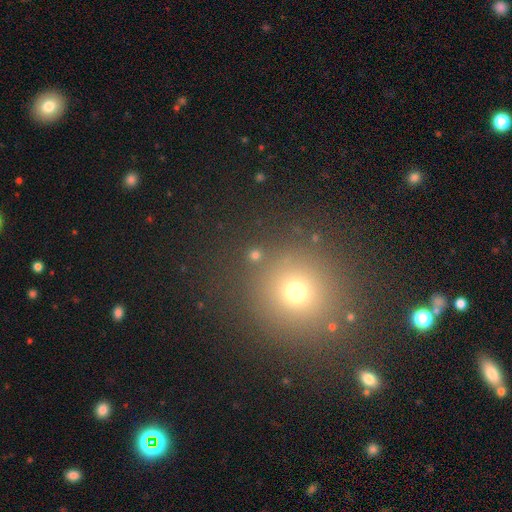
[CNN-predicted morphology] Smooth or featured? smooth (63%)
How rounded? round (92%)
Merging? none (83%)